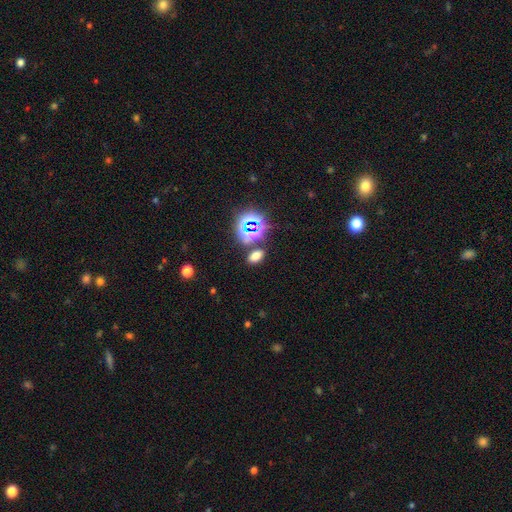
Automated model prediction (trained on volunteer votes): Smooth or featured: smooth — 64% (star or artifact — 29%)
How rounded: in between — 85% (round — 12%)
Merging: none — 81% (minor disturbance — 9%)